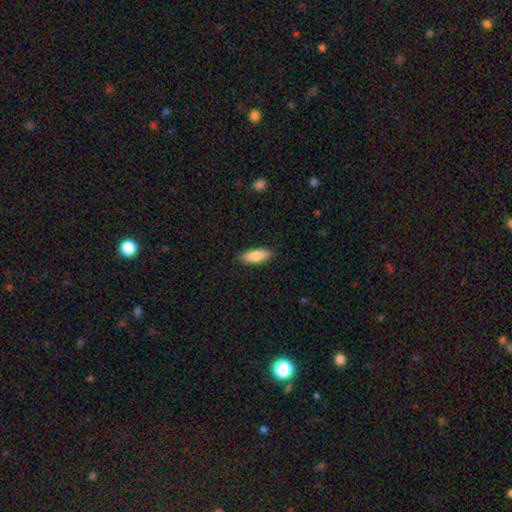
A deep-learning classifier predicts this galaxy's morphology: Smooth or featured?
  - smooth: 84% *
  - featured or disk: 10%
  - star or artifact: 6%
How rounded?
  - in between: 70% *
  - cigar-shaped: 28%
  - round: 2%
Merging?
  - none: 88% *
  - minor disturbance: 9%
  - major disturbance: 2%
  - merger: 1%